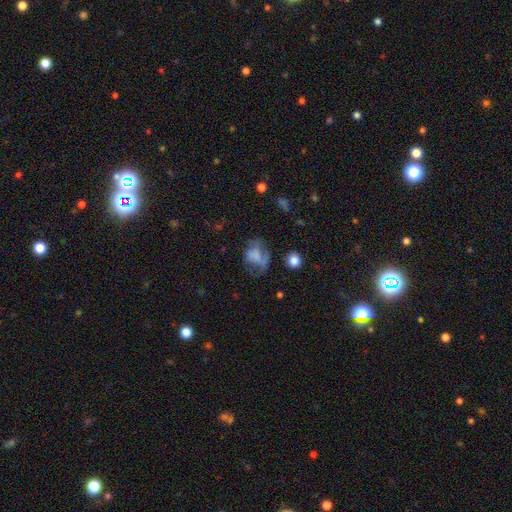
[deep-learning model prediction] smooth-or-featured: smooth: 55% | featured or disk: 32% | star or artifact: 13%
  how-rounded: in between: 65% | round: 33% | cigar-shaped: 2%
  merging: major disturbance: 37% | none: 33% | minor disturbance: 25% | merger: 6%